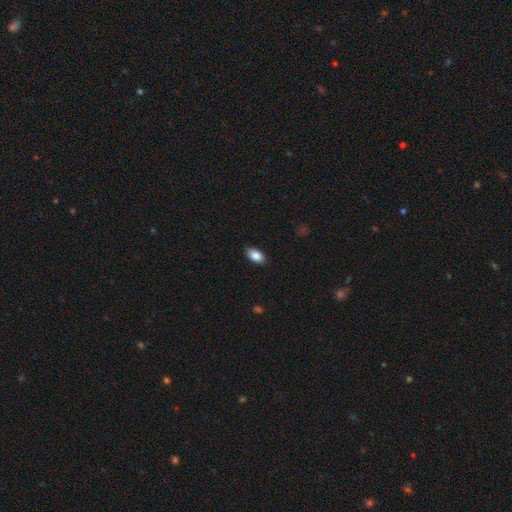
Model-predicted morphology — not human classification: Smooth or featured? smooth (85%)
How rounded? in between (92%)
Merging? none (88%)